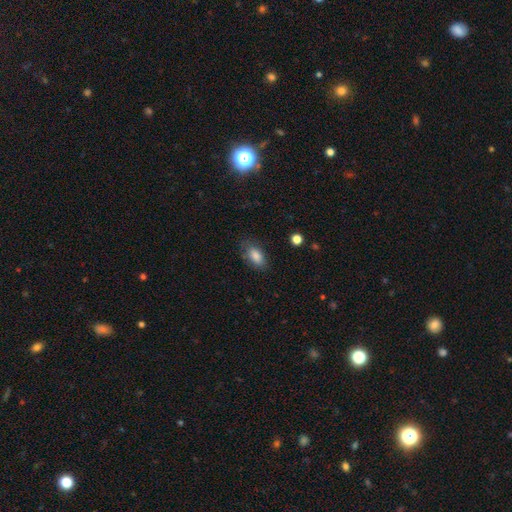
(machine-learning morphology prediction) type=smooth (85%); roundness=in between (90%); merging=none (74%).